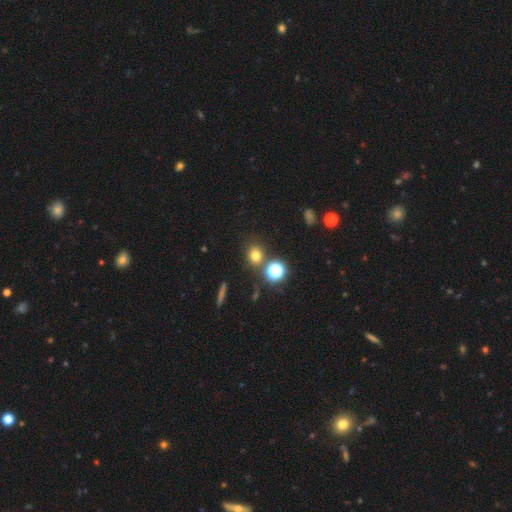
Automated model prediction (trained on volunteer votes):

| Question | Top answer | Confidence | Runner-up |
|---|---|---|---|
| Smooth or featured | smooth | 71% | star or artifact (21%) |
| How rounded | round | 80% | in between (19%) |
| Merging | none | 78% | merger (10%) |